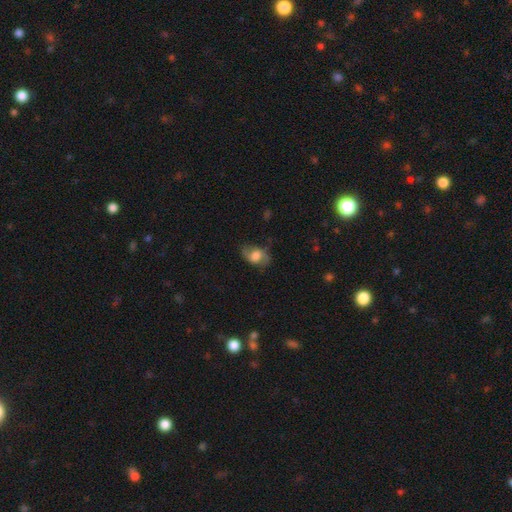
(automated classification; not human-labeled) Smooth or featured? smooth (55%)
How rounded? in between (78%)
Merging? none (64%)